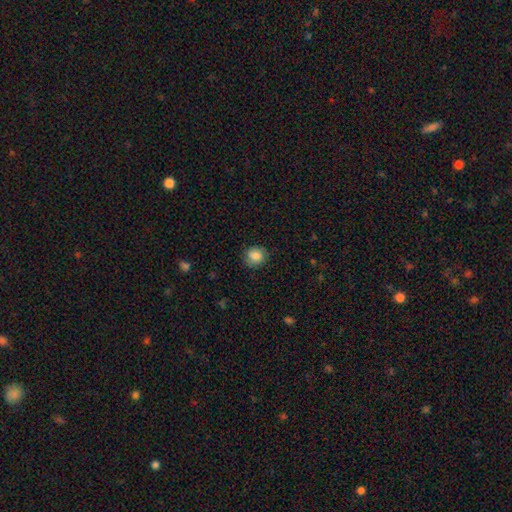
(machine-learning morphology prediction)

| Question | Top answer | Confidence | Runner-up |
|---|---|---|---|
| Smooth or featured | smooth | 84% | star or artifact (9%) |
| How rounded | round | 75% | in between (24%) |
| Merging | none | 82% | minor disturbance (13%) |